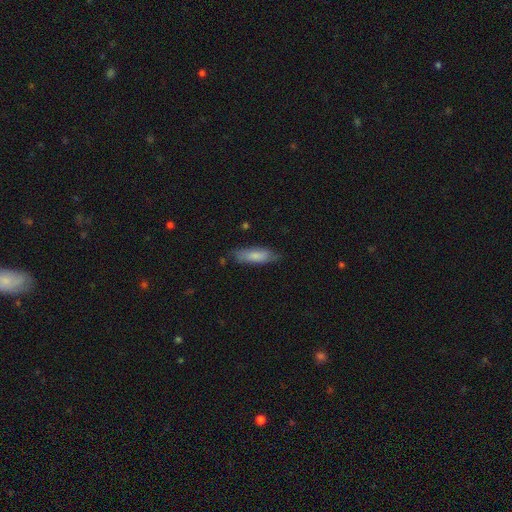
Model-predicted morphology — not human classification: Smooth or featured? smooth (79%)
How rounded? cigar-shaped (52%)
Merging? none (77%)